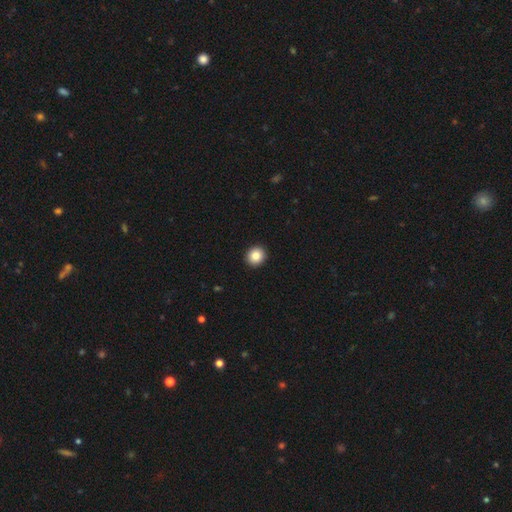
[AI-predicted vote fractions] Smooth or featured? smooth (85%)
How rounded? round (86%)
Merging? none (93%)